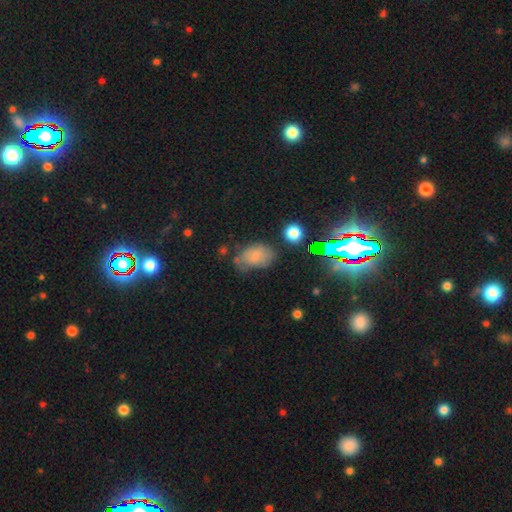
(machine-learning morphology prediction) Smooth or featured: smooth — 68% (featured or disk — 18%)
How rounded: in between — 84% (round — 15%)
Merging: none — 44% (minor disturbance — 33%)